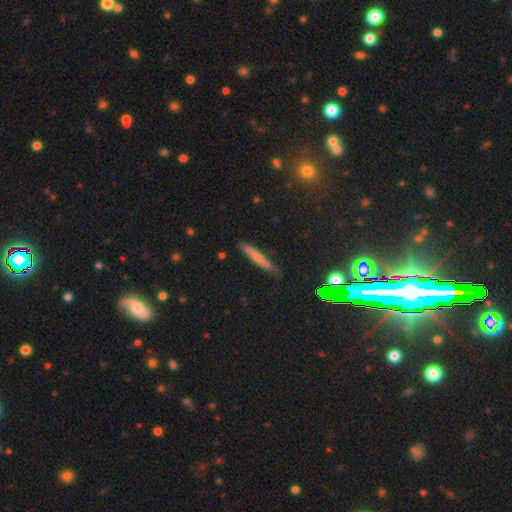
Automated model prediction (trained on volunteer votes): smooth-or-featured: smooth: 64% | featured or disk: 24% | star or artifact: 12%
  how-rounded: cigar-shaped: 93% | in between: 5% | round: 2%
  merging: none: 84% | minor disturbance: 12% | major disturbance: 2% | merger: 2%